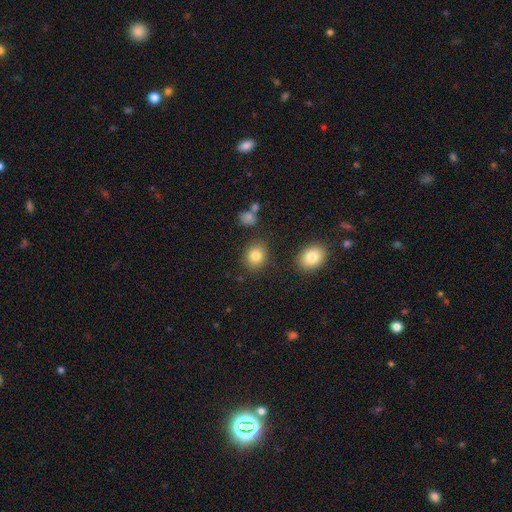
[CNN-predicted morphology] This is clearly a smooth galaxy (84%). How rounded: likely round (62%). Merging: clearly none (83%).